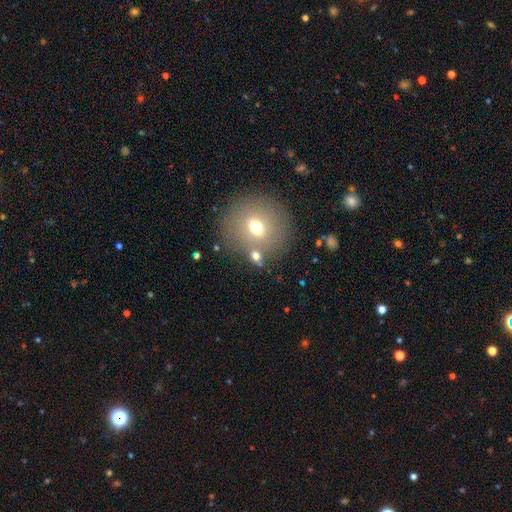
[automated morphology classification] A smooth galaxy with no disk features (62%) that is round (67%).

Vote fractions:
- Smooth or featured? smooth: 62% / featured or disk: 22% / star or artifact: 16%
- How rounded? round: 67% / in between: 31% / cigar-shaped: 2%
- Merging? none: 70% / merger: 13% / minor disturbance: 11% / major disturbance: 6%